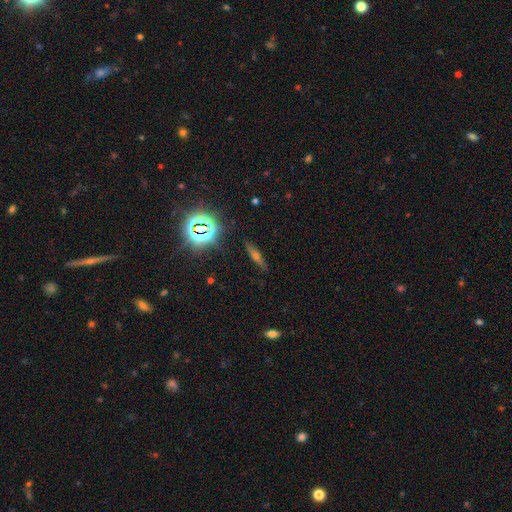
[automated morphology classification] smooth-or-featured: featured or disk: 39% | smooth: 33% | star or artifact: 29%
  merging: none: 87% | minor disturbance: 9% | major disturbance: 2% | merger: 2%